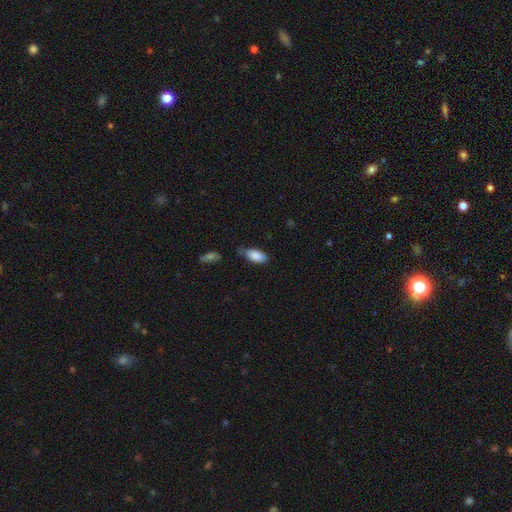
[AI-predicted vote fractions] Smooth or featured? smooth (85%)
How rounded? in between (91%)
Merging? none (60%)